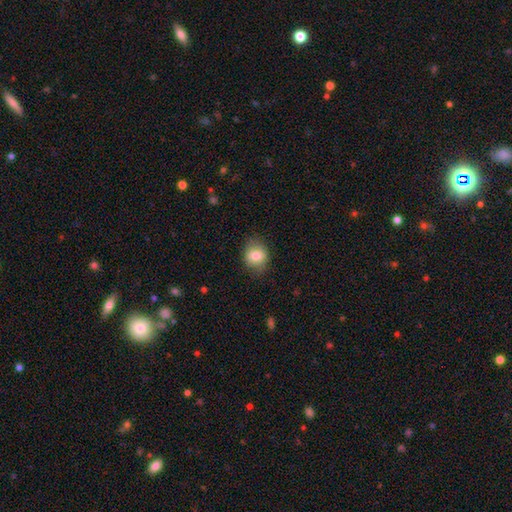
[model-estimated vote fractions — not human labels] The model was most divided on "how rounded": round: 59%, in between: 40%, cigar-shaped: 1%. More confident: smooth or featured — smooth (79%); merging — none (79%).